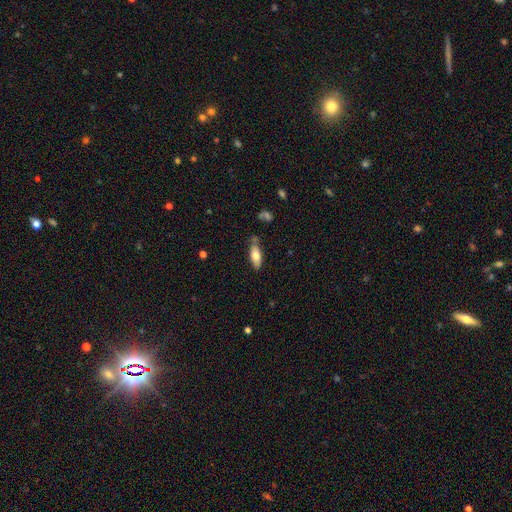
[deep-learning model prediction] This appears to be a smooth galaxy with no disk features (69%) that is in between round and cigar-shaped (75%). Merging: none (69%).